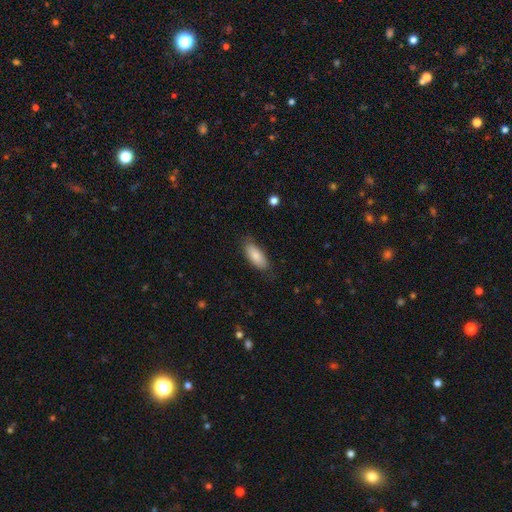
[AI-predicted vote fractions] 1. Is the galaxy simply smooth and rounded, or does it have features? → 82% smooth, 11% featured or disk, 6% star or artifact.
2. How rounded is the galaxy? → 79% in between, 19% cigar-shaped, 2% round.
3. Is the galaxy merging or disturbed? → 80% none, 15% minor disturbance, 3% major disturbance, 1% merger.